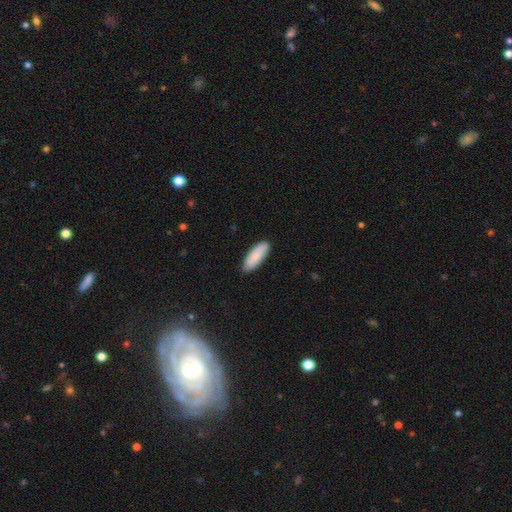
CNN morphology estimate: A smooth galaxy with no disk features (85%) that is in between round and cigar-shaped (68%). Merging: none (85%).